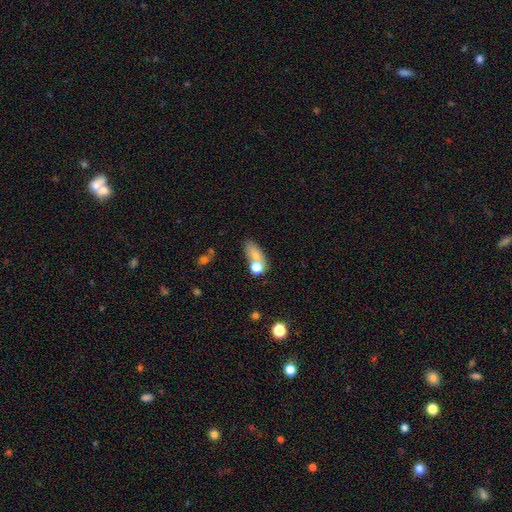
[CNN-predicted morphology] Smooth or featured: smooth — 71% (featured or disk — 17%)
How rounded: in between — 72% (round — 18%)
Merging: none — 44% (merger — 33%)